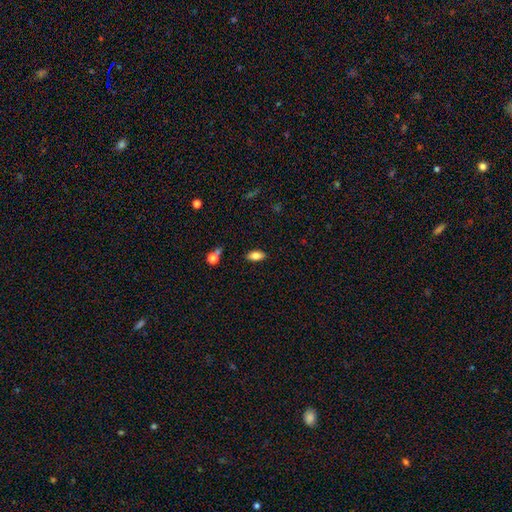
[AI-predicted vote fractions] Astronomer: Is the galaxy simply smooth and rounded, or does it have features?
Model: smooth — 80%.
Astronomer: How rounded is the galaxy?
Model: in between — 90%.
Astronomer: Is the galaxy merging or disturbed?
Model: none — 85%.